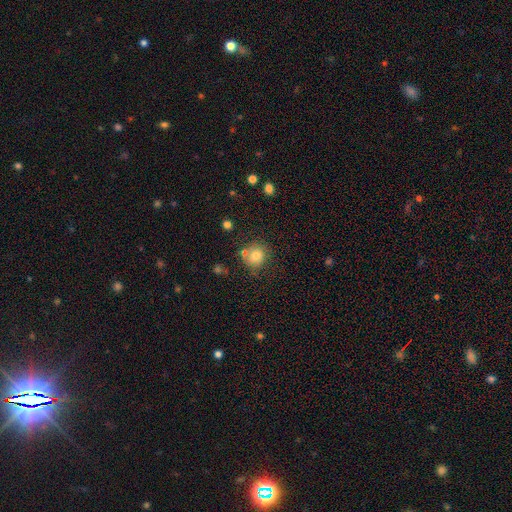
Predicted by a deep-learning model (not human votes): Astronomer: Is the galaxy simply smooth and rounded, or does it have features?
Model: smooth — 77%.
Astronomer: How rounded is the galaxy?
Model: round — 86%.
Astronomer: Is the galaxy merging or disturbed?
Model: none — 68%.